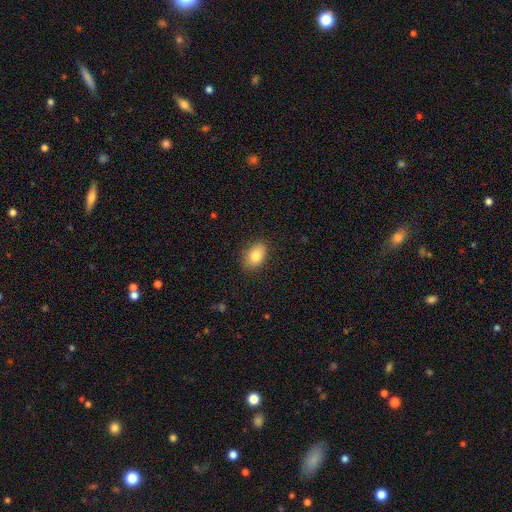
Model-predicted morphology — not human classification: Overall: smooth (83%). How rounded: in between (84%). Merging: none (85%).